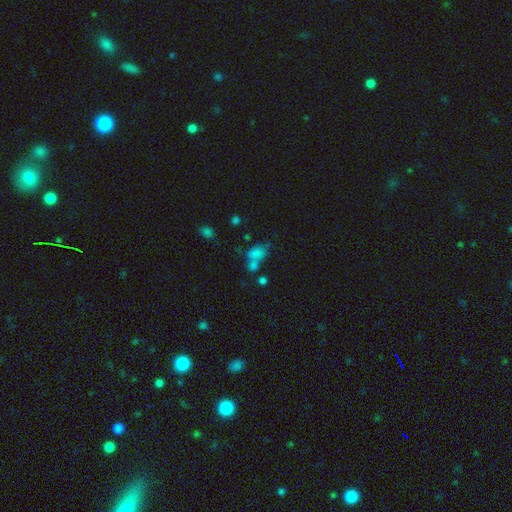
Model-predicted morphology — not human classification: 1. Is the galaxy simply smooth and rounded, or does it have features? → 70% smooth, 15% featured or disk, 15% star or artifact.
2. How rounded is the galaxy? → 78% in between, 20% round, 3% cigar-shaped.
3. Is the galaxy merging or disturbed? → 44% merger, 29% none, 15% minor disturbance, 12% major disturbance.